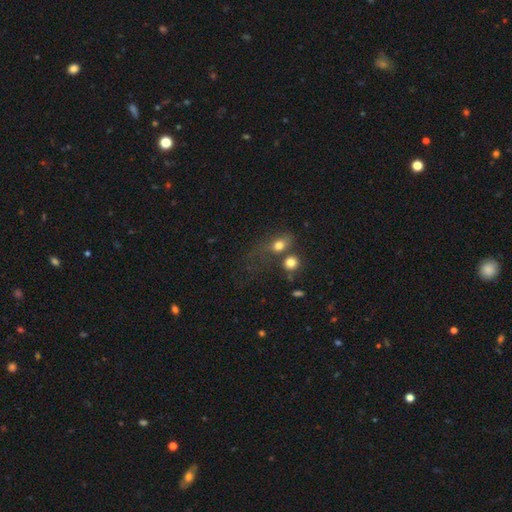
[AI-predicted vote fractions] A smooth galaxy with no disk features (47%).

Vote fractions:
- Smooth or featured? smooth: 47% / star or artifact: 32% / featured or disk: 22%
- Merging? merger: 46% / none: 28% / major disturbance: 15% / minor disturbance: 11%